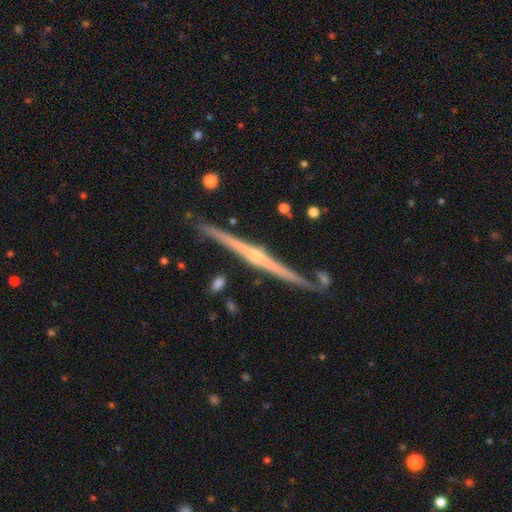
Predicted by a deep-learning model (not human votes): featured or disk 85%, smooth 10%, star or artifact 5%. Down the decision tree: edge-on disk — yes (98%); edge-on bulge — rounded (75%); merging — none (86%).